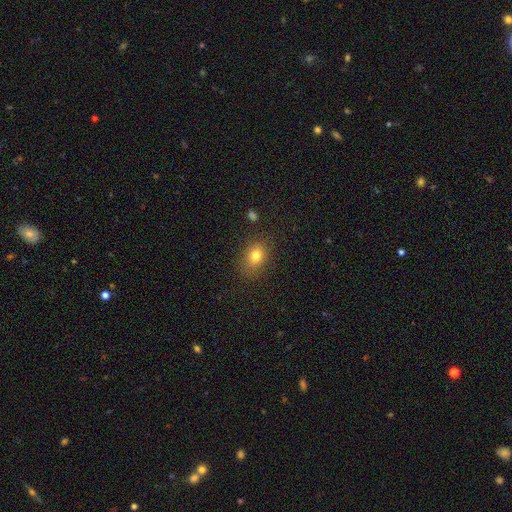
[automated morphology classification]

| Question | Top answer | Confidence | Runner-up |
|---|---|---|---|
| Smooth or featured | smooth | 79% | star or artifact (12%) |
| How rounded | in between | 65% | round (34%) |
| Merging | none | 81% | minor disturbance (13%) |